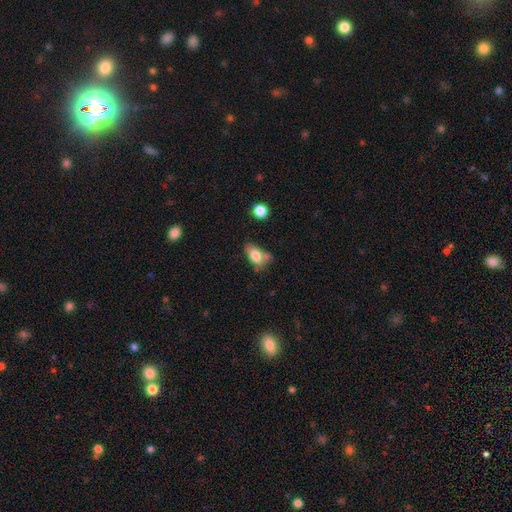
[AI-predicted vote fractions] A smooth galaxy with no disk features (77%) that is in between round and cigar-shaped (88%).

Vote fractions:
- Smooth or featured? smooth: 77% / featured or disk: 14% / star or artifact: 9%
- How rounded? in between: 88% / round: 8% / cigar-shaped: 4%
- Merging? none: 46% / minor disturbance: 26% / merger: 18% / major disturbance: 9%